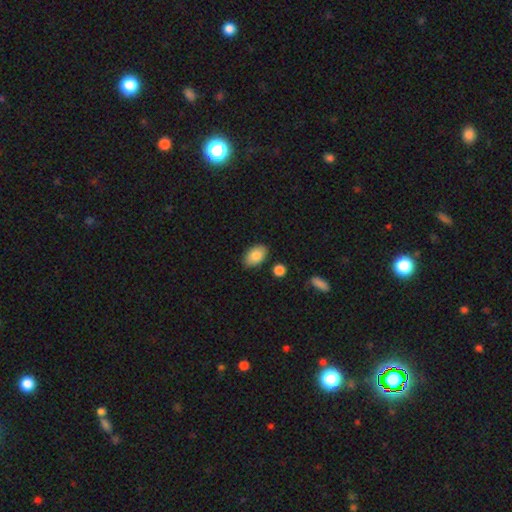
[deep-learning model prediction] This is clearly a smooth galaxy (86%). How rounded: clearly in between (91%). Merging: clearly none (83%).